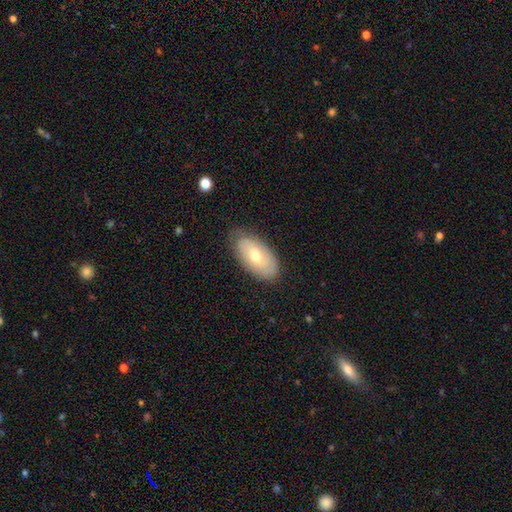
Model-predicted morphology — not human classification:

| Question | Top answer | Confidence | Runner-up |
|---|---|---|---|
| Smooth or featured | smooth | 54% | featured or disk (39%) |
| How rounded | in between | 93% | round (4%) |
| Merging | none | 78% | minor disturbance (17%) |